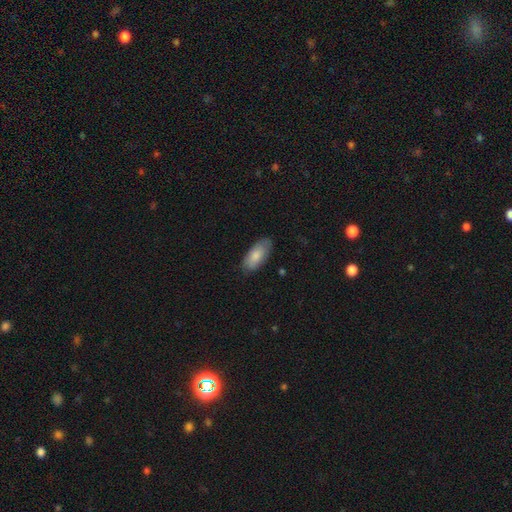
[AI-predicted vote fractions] This is clearly a smooth galaxy (82%). How rounded: clearly in between (90%). Merging: clearly none (81%).